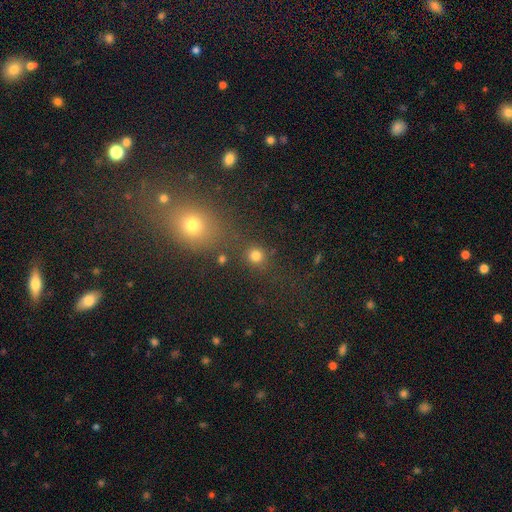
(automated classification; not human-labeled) This appears to be a smooth galaxy with no disk features (79%) that is round (89%). Merging: none (78%).